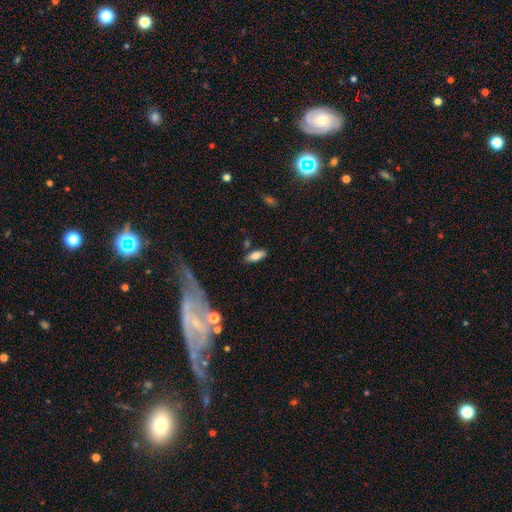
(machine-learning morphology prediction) Smooth or featured?
  - smooth: 77% *
  - featured or disk: 16%
  - star or artifact: 7%
How rounded?
  - in between: 76% *
  - cigar-shaped: 22%
  - round: 2%
Merging?
  - none: 79% *
  - minor disturbance: 14%
  - merger: 4%
  - major disturbance: 3%